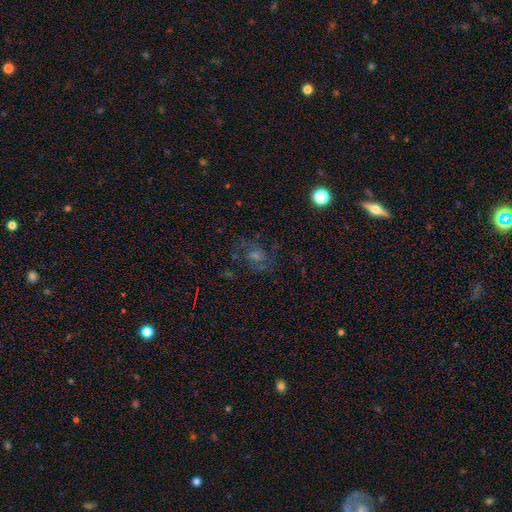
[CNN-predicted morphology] Q: Smooth or featured?
A: featured or disk (52%); runner-up: smooth (25%)
Q: Edge-on disk?
A: no (96%); runner-up: yes (4%)
Q: Bar?
A: no (60%); runner-up: weak (33%)
Q: Spiral arms?
A: yes (77%); runner-up: no (23%)
Q: Bulge size?
A: moderate (39%); runner-up: small (35%)
Q: Merging?
A: none (67%); runner-up: minor disturbance (17%)